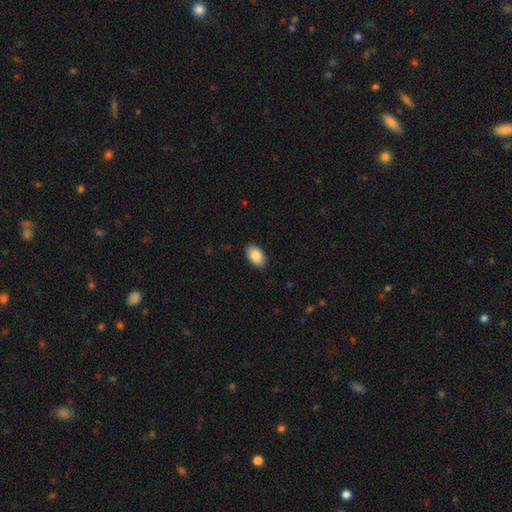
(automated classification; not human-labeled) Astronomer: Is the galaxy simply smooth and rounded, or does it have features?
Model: smooth — 88%.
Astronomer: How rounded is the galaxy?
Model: in between — 95%.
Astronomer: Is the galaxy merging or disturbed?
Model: none — 89%.